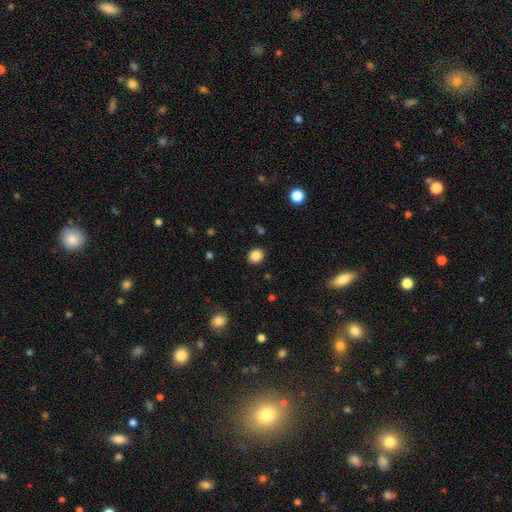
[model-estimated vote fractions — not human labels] Smooth or featured? Predicted: smooth (p=0.85). How rounded? Predicted: round (p=0.76). Merging? Predicted: none (p=0.90).